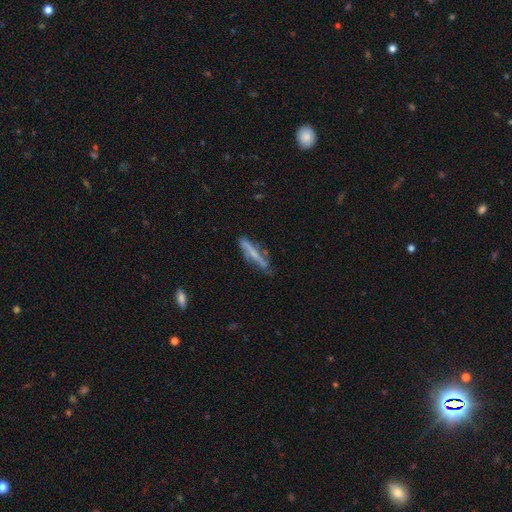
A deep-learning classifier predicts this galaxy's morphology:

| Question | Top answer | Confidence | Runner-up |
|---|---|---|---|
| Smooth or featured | smooth | 44% | featured or disk (42%) |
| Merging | none | 77% | minor disturbance (15%) |